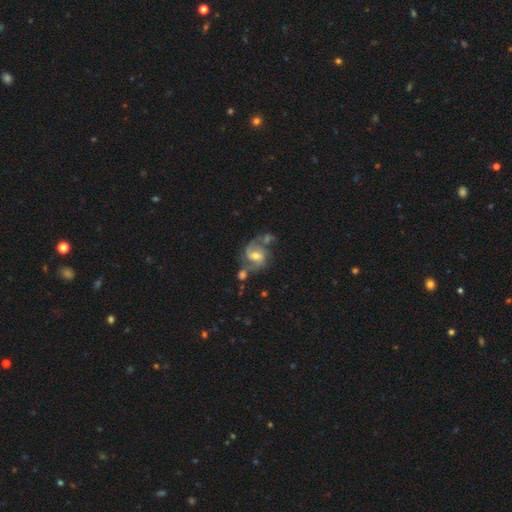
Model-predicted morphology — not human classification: Smooth or featured? Predicted: featured or disk (p=0.83). Edge-on disk? Predicted: no (p=0.98). Bar? Predicted: weak (p=0.51). Spiral arms? Predicted: yes (p=0.95). Spiral winding? Predicted: medium (p=0.55). Spiral arm count? Predicted: 2 (p=0.87). Bulge size? Predicted: moderate (p=0.59). Merging? Predicted: none (p=0.51).